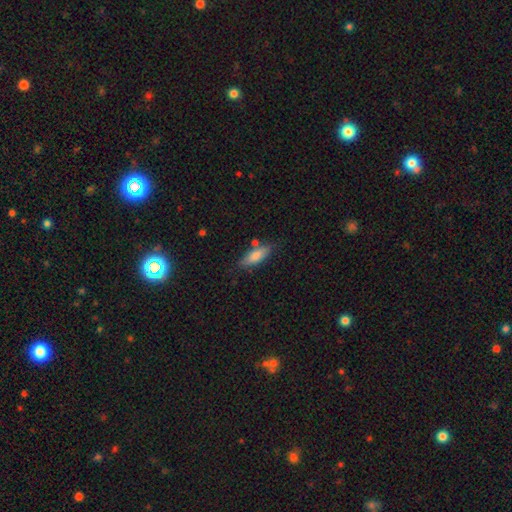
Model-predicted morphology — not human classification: The model was most divided on "how rounded": in between: 65%, cigar-shaped: 33%, round: 2%. More confident: smooth or featured — smooth (80%); merging — none (72%).